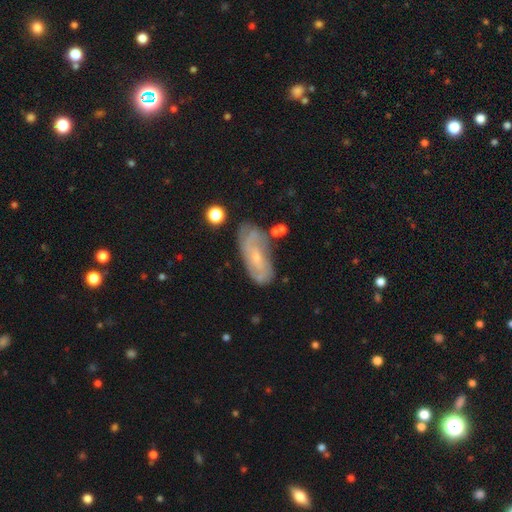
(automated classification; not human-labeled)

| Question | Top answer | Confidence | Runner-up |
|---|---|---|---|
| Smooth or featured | featured or disk | 69% | smooth (24%) |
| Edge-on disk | no | 90% | yes (10%) |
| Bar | no | 60% | weak (33%) |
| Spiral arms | yes | 83% | no (17%) |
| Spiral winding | tight | 54% | medium (34%) |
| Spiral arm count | can't tell | 44% | 2 (35%) |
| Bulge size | small | 70% | moderate (23%) |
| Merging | none | 62% | minor disturbance (23%) |